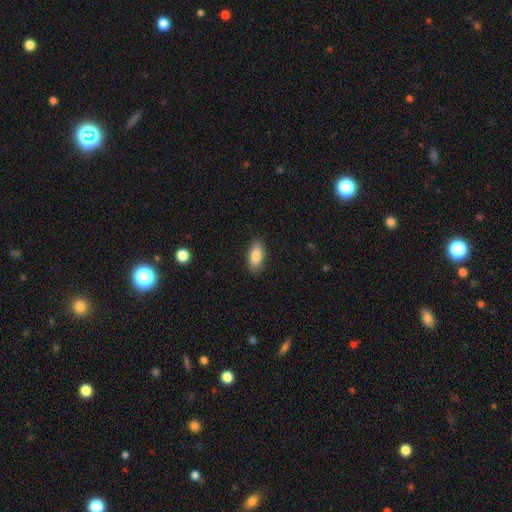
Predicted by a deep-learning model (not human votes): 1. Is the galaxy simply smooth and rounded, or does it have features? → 85% smooth, 8% featured or disk, 7% star or artifact.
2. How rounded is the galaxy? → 87% in between, 10% cigar-shaped, 3% round.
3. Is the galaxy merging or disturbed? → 87% none, 9% minor disturbance, 2% major disturbance, 1% merger.